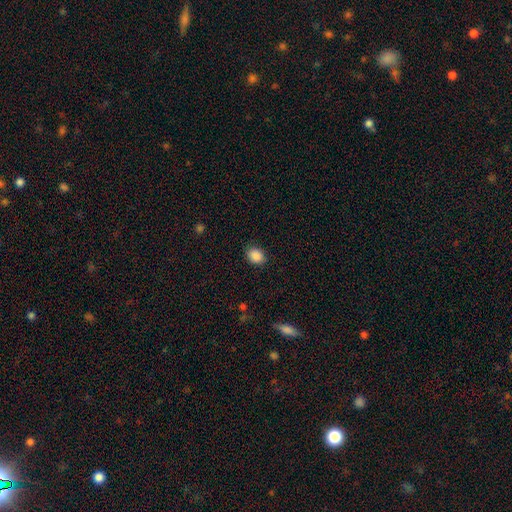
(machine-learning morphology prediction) A smooth galaxy with no disk features (88%) that is in between round and cigar-shaped (53%).

Vote fractions:
- Smooth or featured? smooth: 88% / star or artifact: 9% / featured or disk: 3%
- How rounded? in between: 53% / round: 46% / cigar-shaped: 1%
- Merging? none: 87% / minor disturbance: 9% / major disturbance: 2% / merger: 1%